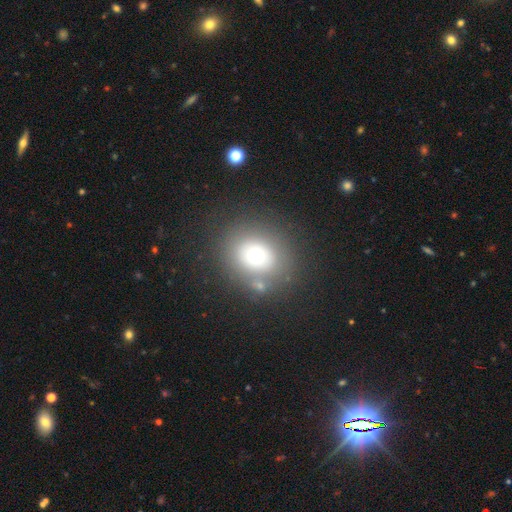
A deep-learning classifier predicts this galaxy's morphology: Overall: smooth (63%; featured or disk 23%). How rounded: round (72%). Merging: none (76%).